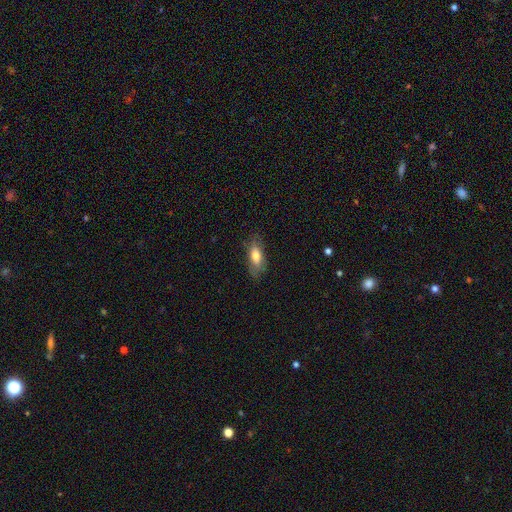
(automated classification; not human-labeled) Smooth or featured?
  - smooth: 72% *
  - featured or disk: 21%
  - star or artifact: 7%
How rounded?
  - in between: 77% *
  - cigar-shaped: 20%
  - round: 4%
Merging?
  - none: 76% *
  - minor disturbance: 18%
  - major disturbance: 5%
  - merger: 1%